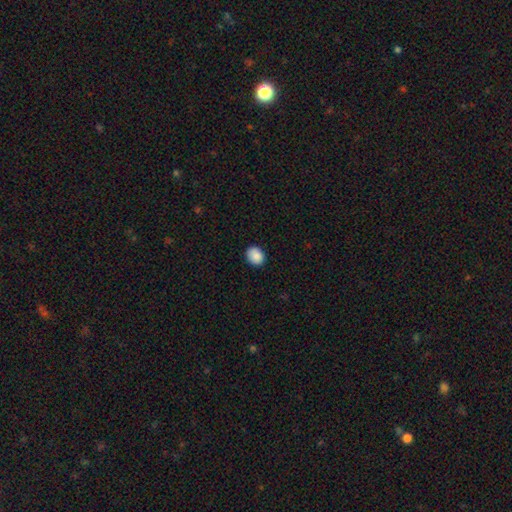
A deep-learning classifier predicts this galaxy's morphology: smooth_or_featured: smooth (p=0.88) [alt: star or artifact p=0.08]
how_rounded: round (p=0.57) [alt: in between p=0.42]
merging: none (p=0.88) [alt: minor disturbance p=0.09]